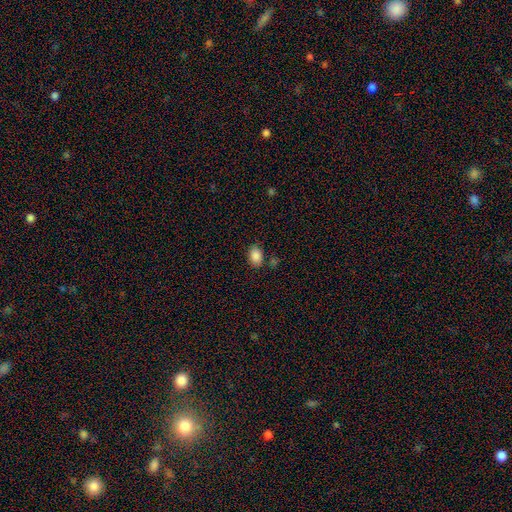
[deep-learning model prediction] A smooth galaxy with no disk features (87%) that is in between round and cigar-shaped (79%).

Vote fractions:
- Smooth or featured? smooth: 87% / star or artifact: 8% / featured or disk: 4%
- How rounded? in between: 79% / round: 20% / cigar-shaped: 1%
- Merging? none: 79% / minor disturbance: 13% / merger: 5% / major disturbance: 3%